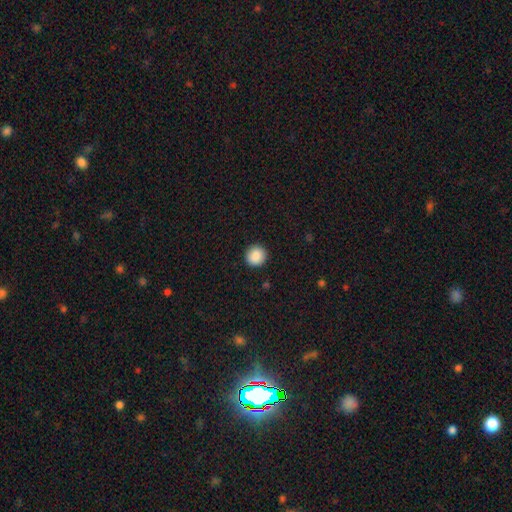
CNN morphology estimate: The model was most divided on "smooth or featured": smooth: 88%, star or artifact: 8%, featured or disk: 3%. More confident: how rounded — round (94%); merging — none (93%).